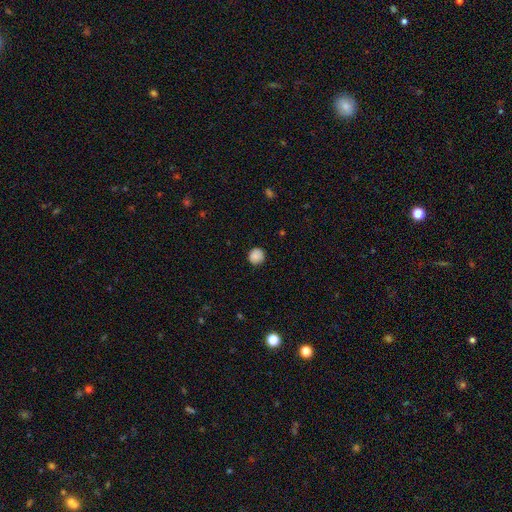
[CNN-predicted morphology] Smooth or featured: smooth — 86% (star or artifact — 9%)
How rounded: round — 89% (in between — 10%)
Merging: none — 86% (minor disturbance — 11%)